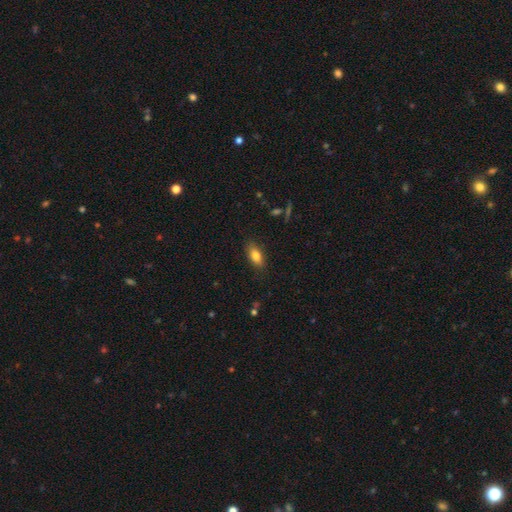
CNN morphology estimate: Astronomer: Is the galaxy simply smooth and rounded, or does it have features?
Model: smooth — 80%.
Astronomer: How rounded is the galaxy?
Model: in between — 84%.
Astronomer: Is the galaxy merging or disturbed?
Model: none — 85%.